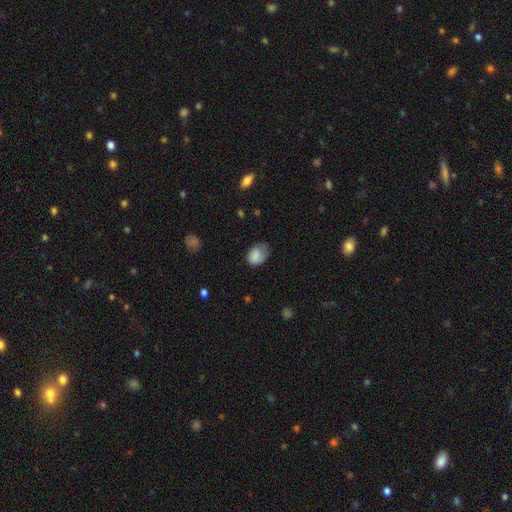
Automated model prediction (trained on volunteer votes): Overall: smooth (82%). How rounded: in between (64%; round 35%). Merging: none (48%; minor disturbance 36%).